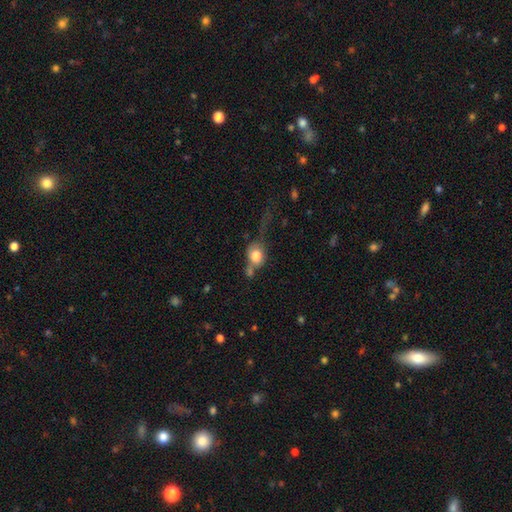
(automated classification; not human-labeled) smooth 73%, featured or disk 18%, star or artifact 9%. Down the decision tree: how rounded — round (52%); merging — merger (28%, tied with major disturbance).